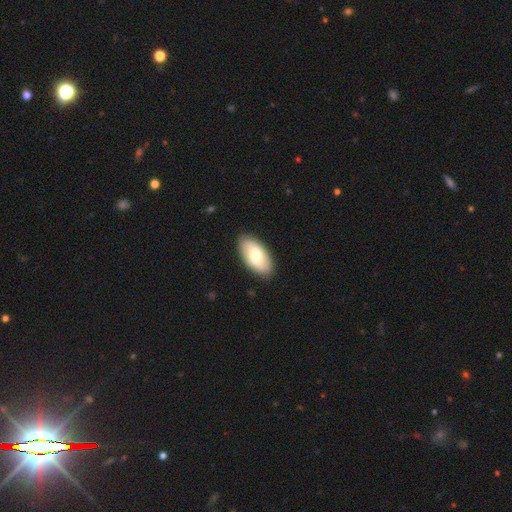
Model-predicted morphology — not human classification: Overall: smooth (72%). How rounded: in between (94%). Merging: none (87%).